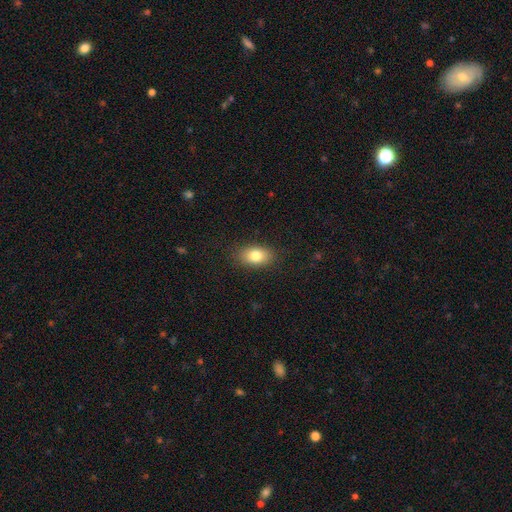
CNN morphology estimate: smooth_or_featured: smooth (p=0.80) [alt: featured or disk p=0.11]
how_rounded: in between (p=0.86) [alt: round p=0.12]
merging: none (p=0.87) [alt: minor disturbance p=0.10]